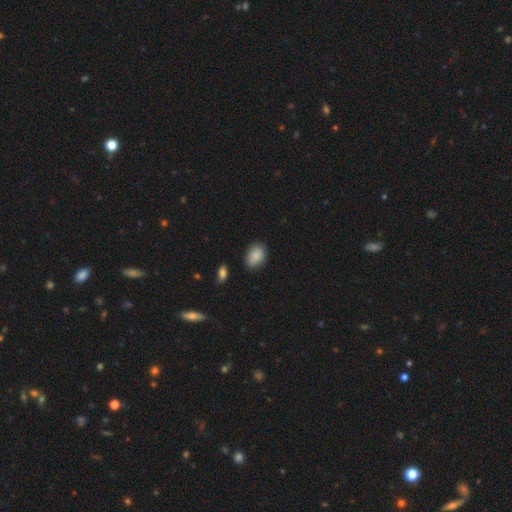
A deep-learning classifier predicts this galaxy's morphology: A smooth galaxy with no disk features (88%) that is in between round and cigar-shaped (81%).

Vote fractions:
- Smooth or featured? smooth: 88% / star or artifact: 7% / featured or disk: 5%
- How rounded? in between: 81% / round: 17% / cigar-shaped: 1%
- Merging? none: 83% / minor disturbance: 13% / major disturbance: 3% / merger: 2%